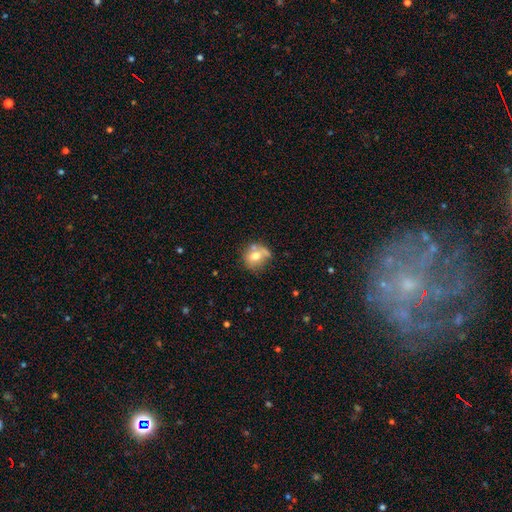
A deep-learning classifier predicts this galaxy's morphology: This appears to be a smooth galaxy with no disk features (67%) that is round (77%). Merging: none (46%).